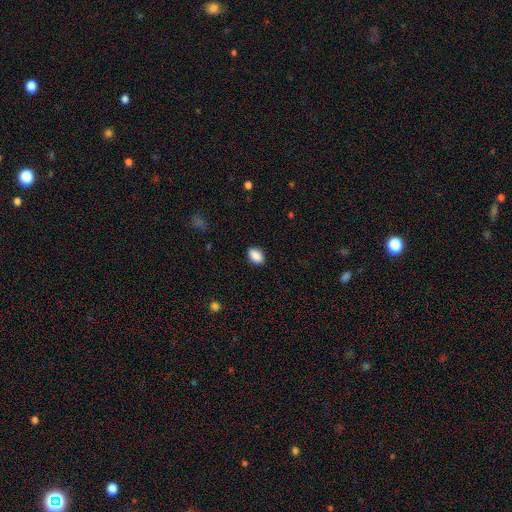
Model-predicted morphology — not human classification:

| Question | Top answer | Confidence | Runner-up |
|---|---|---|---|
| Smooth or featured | smooth | 89% | star or artifact (7%) |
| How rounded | in between | 88% | round (10%) |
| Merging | none | 87% | minor disturbance (10%) |